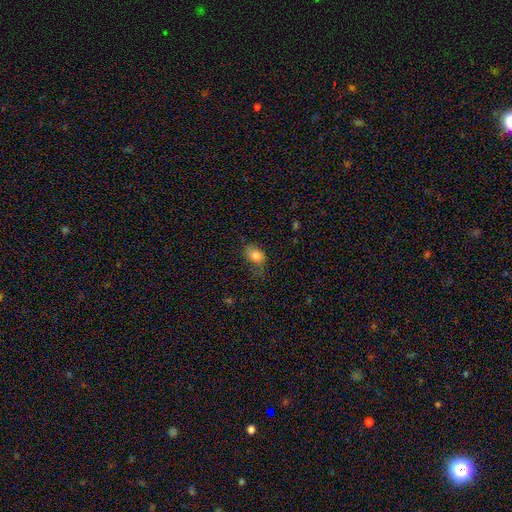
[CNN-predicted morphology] smooth 82%, star or artifact 9%, featured or disk 9%. Down the decision tree: how rounded — in between (77%); merging — none (47%).